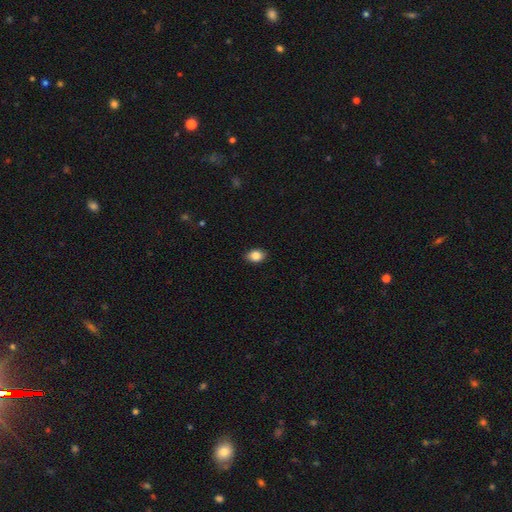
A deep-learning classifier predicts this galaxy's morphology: A smooth galaxy with no disk features (86%) that is in between round and cigar-shaped (77%).

Vote fractions:
- Smooth or featured? smooth: 86% / star or artifact: 8% / featured or disk: 6%
- How rounded? in between: 77% / round: 21% / cigar-shaped: 1%
- Merging? none: 88% / minor disturbance: 9% / major disturbance: 2% / merger: 1%